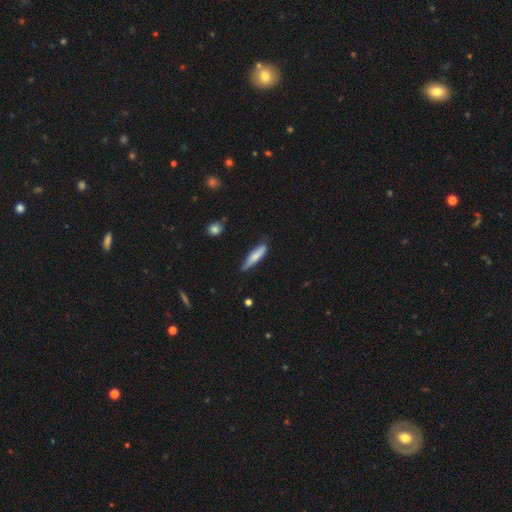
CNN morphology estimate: type=smooth (71%); roundness=cigar-shaped (79%); merging=none (68%).